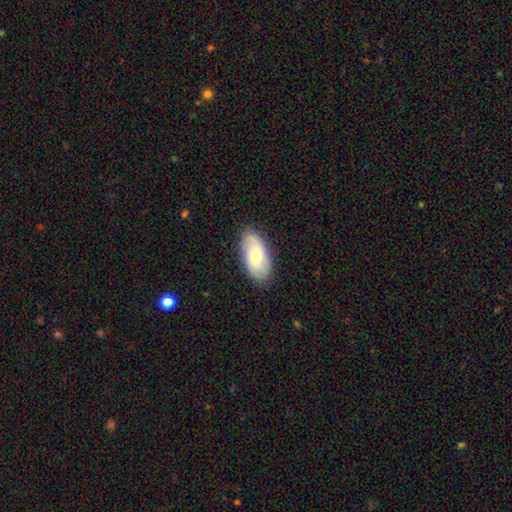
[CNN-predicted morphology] Smooth or featured? smooth (56%)
How rounded? in between (92%)
Merging? none (86%)